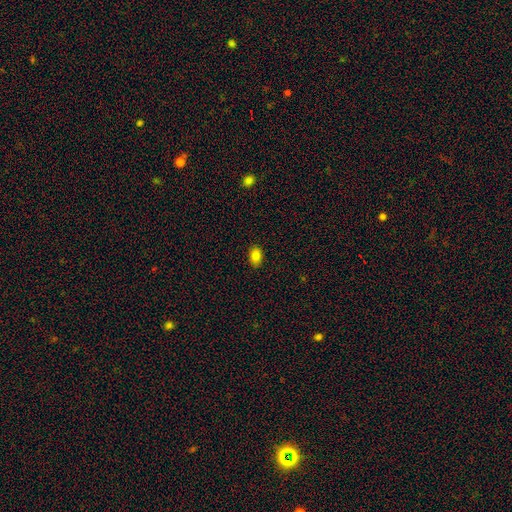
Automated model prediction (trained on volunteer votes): Overall: smooth (84%). How rounded: in between (83%). Merging: none (88%).